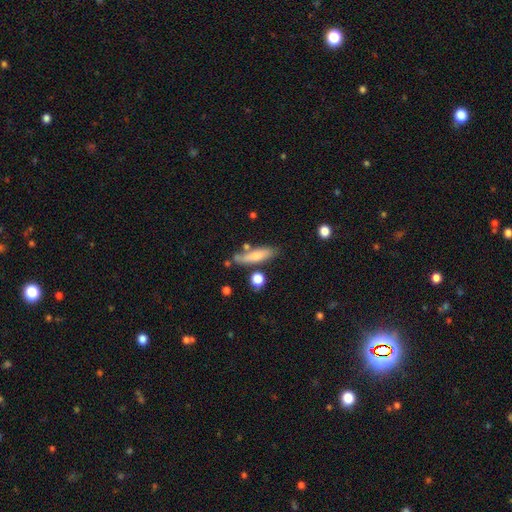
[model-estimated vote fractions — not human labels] Smooth or featured? smooth (69%)
How rounded? cigar-shaped (64%)
Merging? none (67%)